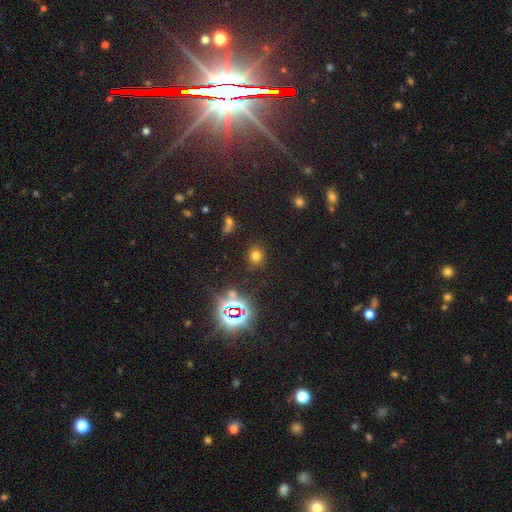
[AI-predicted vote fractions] Smooth or featured? Predicted: smooth (p=0.65). How rounded? Predicted: round (p=0.84). Merging? Predicted: none (p=0.81).